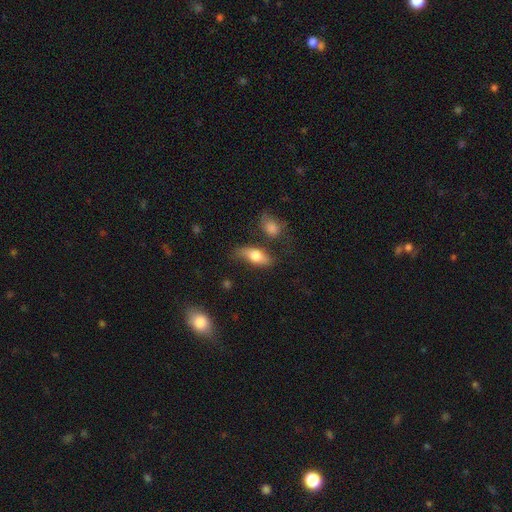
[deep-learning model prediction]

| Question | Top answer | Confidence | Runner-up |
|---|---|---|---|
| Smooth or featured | smooth | 71% | featured or disk (22%) |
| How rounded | in between | 79% | cigar-shaped (16%) |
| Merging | none | 60% | minor disturbance (23%) |